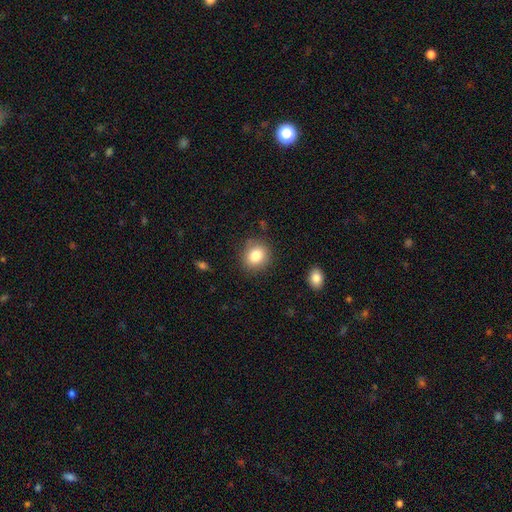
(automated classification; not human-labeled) Morphology: type=smooth (82%); roundness=round (74%); merging=none (85%).